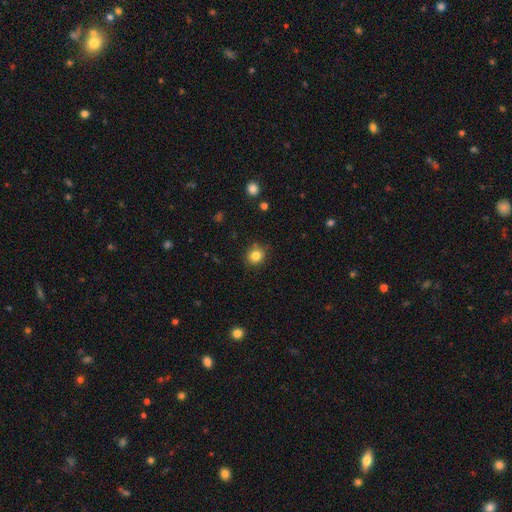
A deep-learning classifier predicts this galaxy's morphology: type=smooth (83%); roundness=round (85%); merging=none (87%).